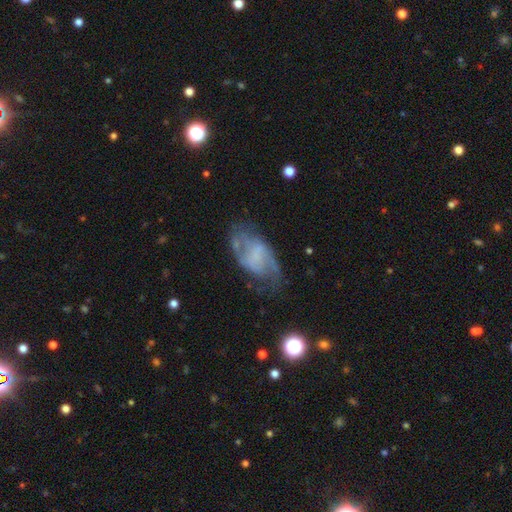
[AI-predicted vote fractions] The model was most divided on "bar": no: 46%, weak: 40%, strong: 14%. More confident: edge-on disk — no (96%); spiral arms — yes (73%); smooth or featured — featured or disk (66%); bulge size — none (61%); merging — none (54%).